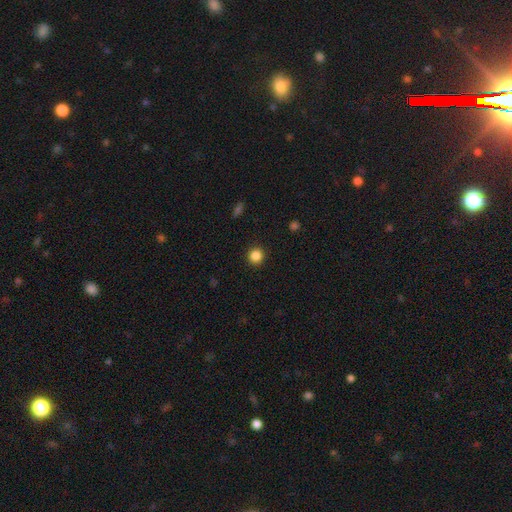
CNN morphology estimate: type=smooth (85%); roundness=round (94%); merging=none (92%).